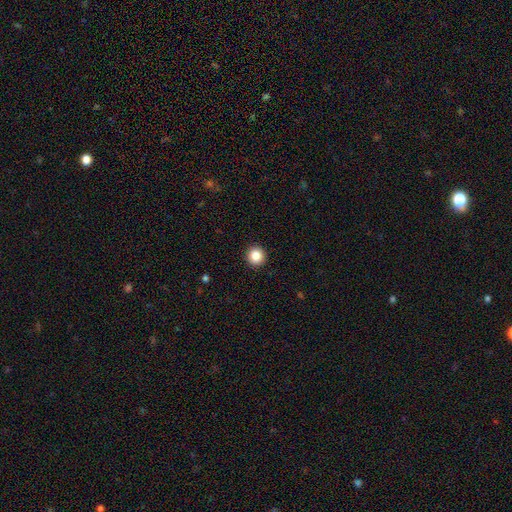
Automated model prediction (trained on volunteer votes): smooth-or-featured: smooth: 86% | star or artifact: 10% | featured or disk: 4%
  how-rounded: round: 95% | in between: 4% | cigar-shaped: 1%
  merging: none: 93% | minor disturbance: 4% | major disturbance: 1% | merger: 1%